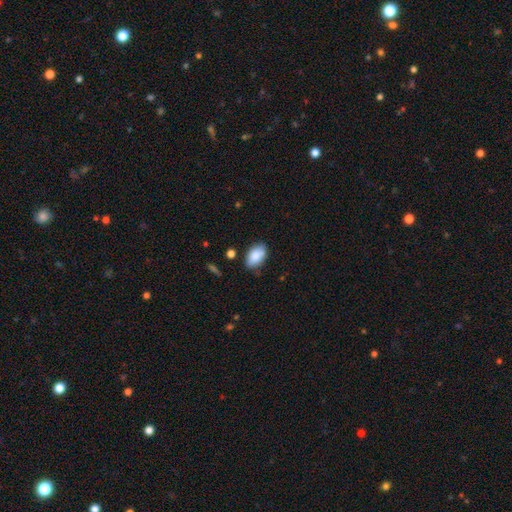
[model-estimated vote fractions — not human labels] Q: Smooth or featured?
A: smooth (83%); runner-up: featured or disk (10%)
Q: How rounded?
A: in between (92%); runner-up: round (6%)
Q: Merging?
A: none (76%); runner-up: minor disturbance (18%)